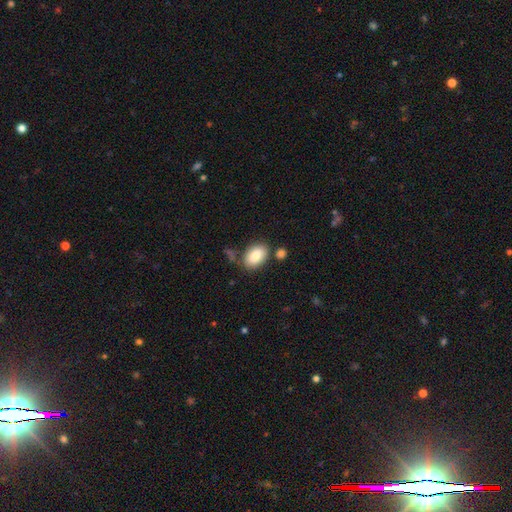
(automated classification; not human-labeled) smooth-or-featured: smooth: 85% | featured or disk: 9% | star or artifact: 7%
  how-rounded: in between: 88% | round: 10% | cigar-shaped: 1%
  merging: none: 72% | minor disturbance: 14% | merger: 10% | major disturbance: 4%